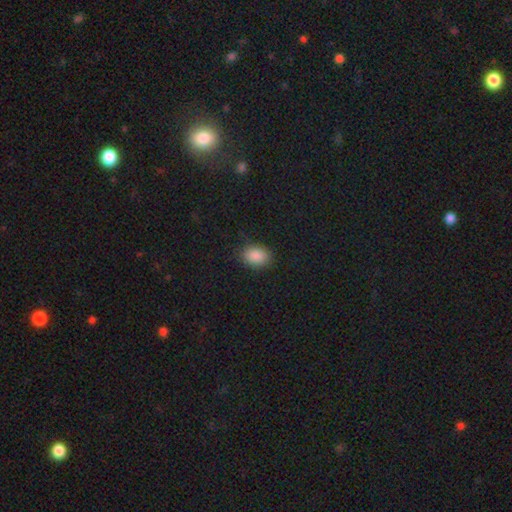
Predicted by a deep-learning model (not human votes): Q: Smooth or featured?
A: smooth (88%); runner-up: star or artifact (9%)
Q: How rounded?
A: in between (74%); runner-up: round (25%)
Q: Merging?
A: none (84%); runner-up: minor disturbance (12%)